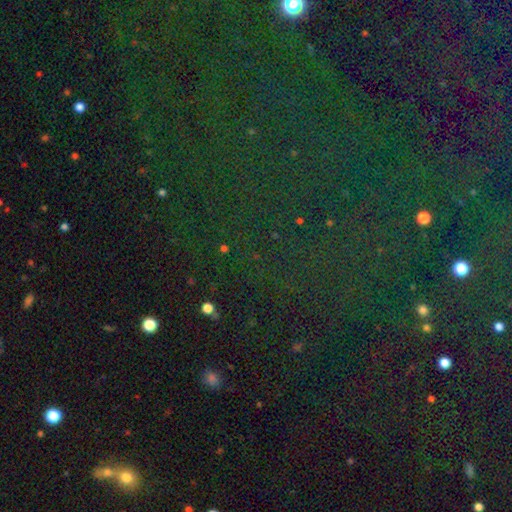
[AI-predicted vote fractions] Overall: star or artifact (83%).